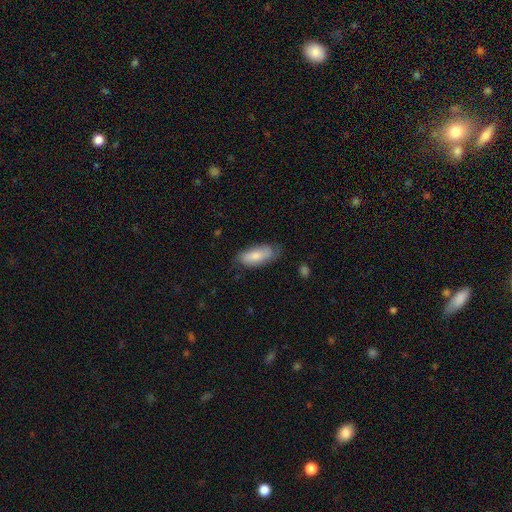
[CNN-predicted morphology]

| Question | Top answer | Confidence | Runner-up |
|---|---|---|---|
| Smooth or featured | smooth | 75% | featured or disk (19%) |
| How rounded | in between | 81% | cigar-shaped (17%) |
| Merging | none | 65% | minor disturbance (27%) |